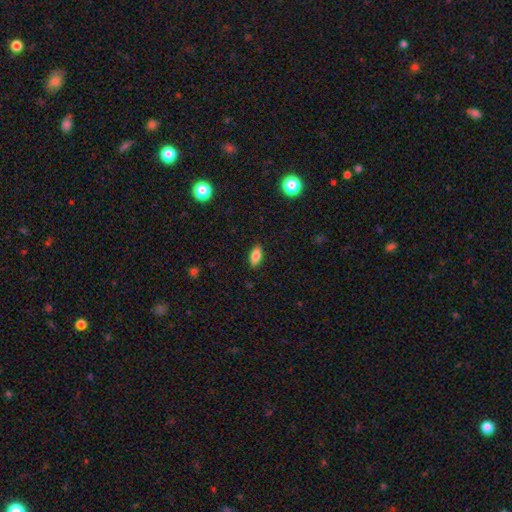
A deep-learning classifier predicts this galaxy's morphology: smooth 82%, featured or disk 10%, star or artifact 8%. Down the decision tree: how rounded — in between (86%); merging — none (89%).